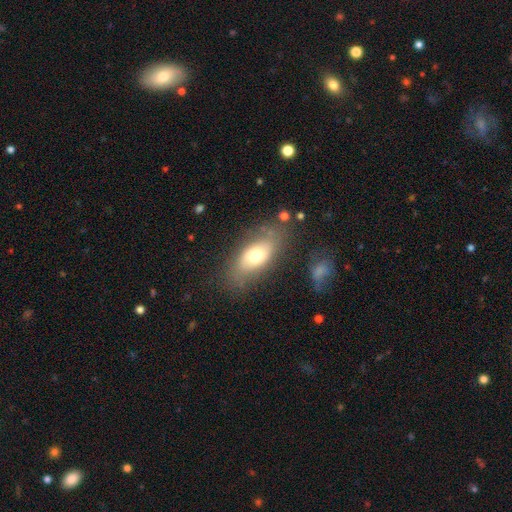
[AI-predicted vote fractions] A smooth galaxy with no disk features (67%) that is in between round and cigar-shaped (85%). Merging: none (74%).